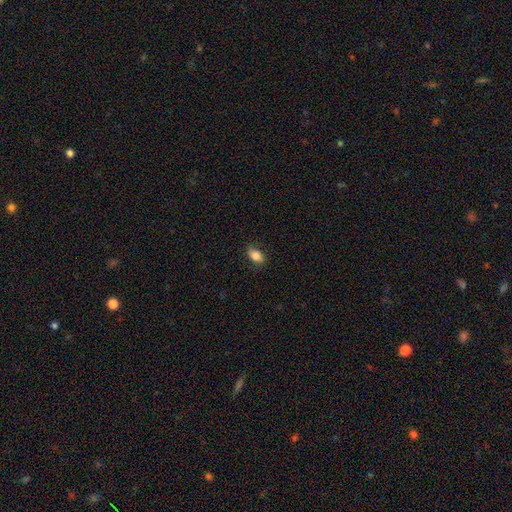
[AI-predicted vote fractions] This is clearly a smooth galaxy (82%). How rounded: clearly in between (85%). Merging: likely none (74%).